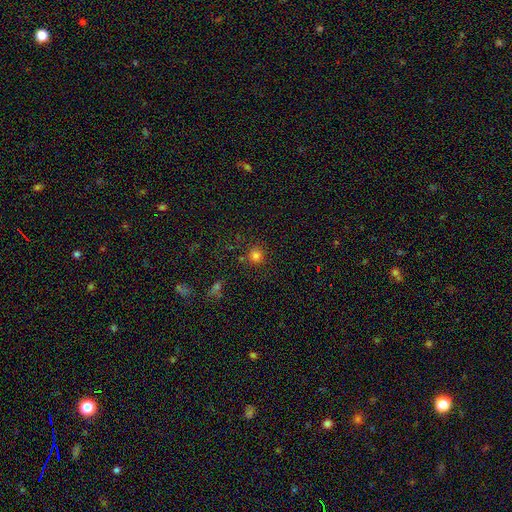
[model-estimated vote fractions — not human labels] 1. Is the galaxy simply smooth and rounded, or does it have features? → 78% smooth, 17% star or artifact, 5% featured or disk.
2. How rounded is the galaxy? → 93% round, 7% in between, 1% cigar-shaped.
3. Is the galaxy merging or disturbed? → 82% none, 9% minor disturbance, 6% merger, 3% major disturbance.